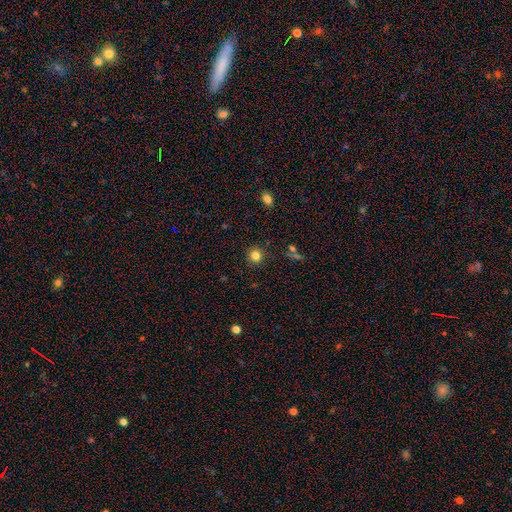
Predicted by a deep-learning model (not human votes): This is clearly a smooth galaxy (81%). How rounded: clearly round (91%). Merging: clearly none (89%).